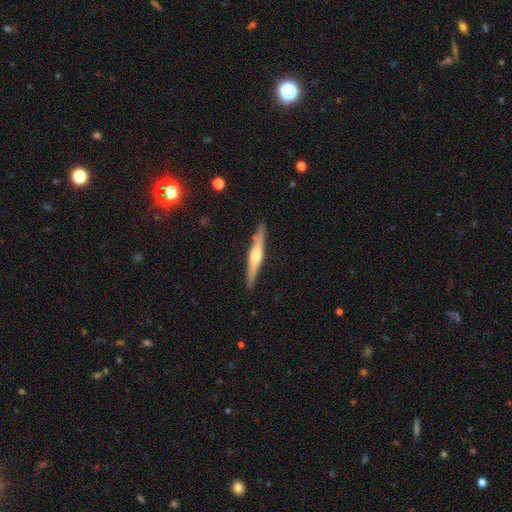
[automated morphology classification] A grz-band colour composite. It shows a featured or disk galaxy (65%) viewed edge-on (97%) with a rounded central bulge (81%). Merging: none (89%).